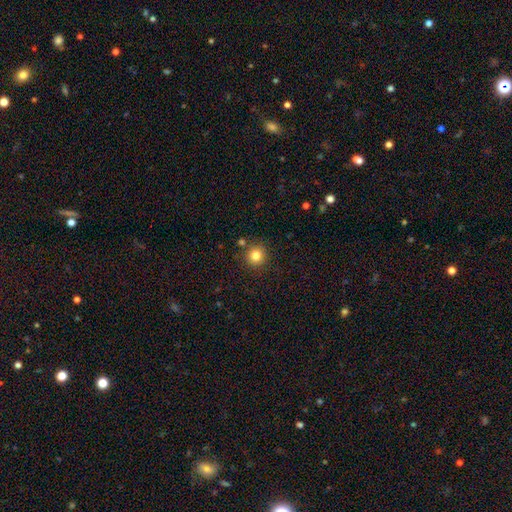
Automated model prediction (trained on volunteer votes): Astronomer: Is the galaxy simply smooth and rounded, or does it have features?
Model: smooth — 82%.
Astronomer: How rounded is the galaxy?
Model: round — 94%.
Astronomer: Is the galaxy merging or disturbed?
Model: none — 86%.